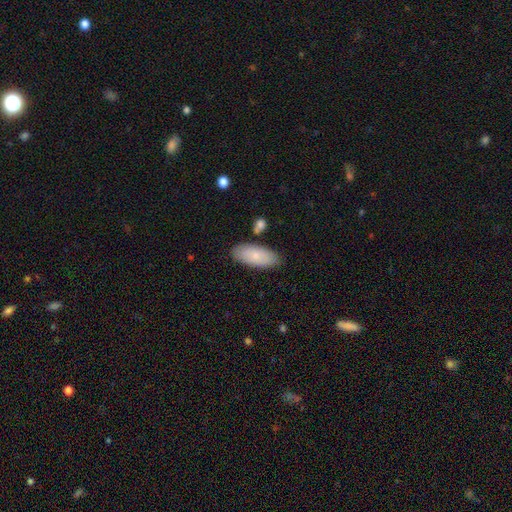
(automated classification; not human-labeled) The model was most divided on "smooth or featured": smooth: 81%, featured or disk: 13%, star or artifact: 6%. More confident: how rounded — in between (86%); merging — none (81%).